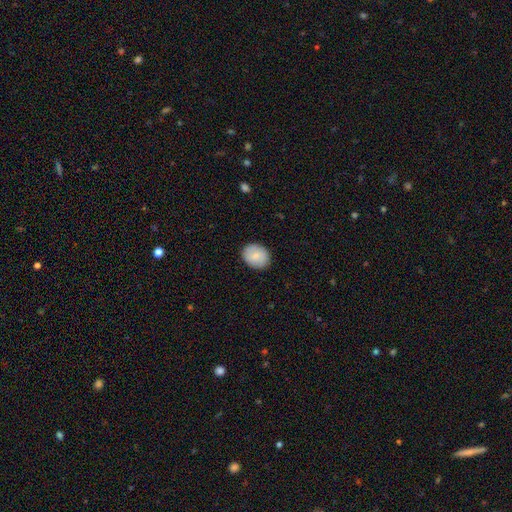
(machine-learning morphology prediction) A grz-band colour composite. It shows a smooth galaxy with no disk features (82%) that is round (50%). Merging: none (88%).